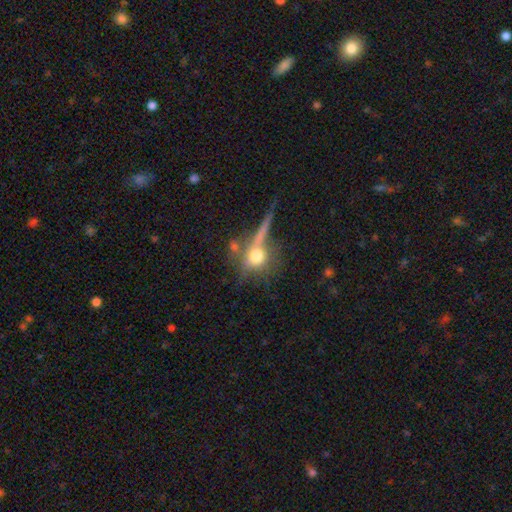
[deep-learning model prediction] smooth_or_featured: smooth (p=0.53) [alt: featured or disk p=0.32]
how_rounded: round (p=0.74) [alt: in between p=0.17]
merging: none (p=0.52) [alt: major disturbance p=0.17]